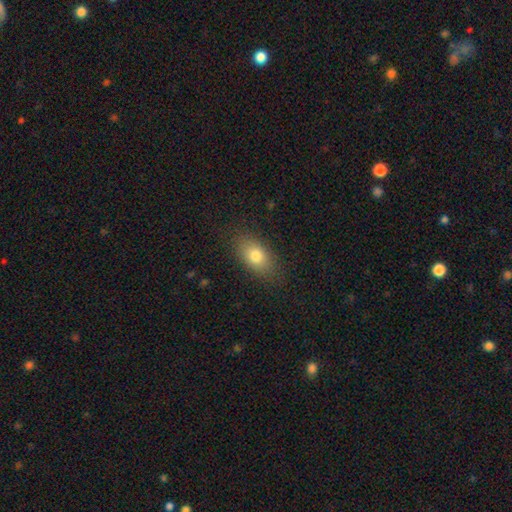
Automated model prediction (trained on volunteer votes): A smooth galaxy with no disk features (78%) that is in between round and cigar-shaped (86%). Merging: none (83%).